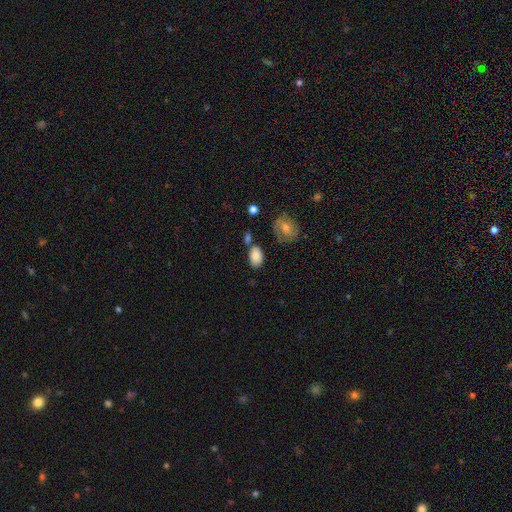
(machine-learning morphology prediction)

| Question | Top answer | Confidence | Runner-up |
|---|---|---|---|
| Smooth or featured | smooth | 81% | featured or disk (11%) |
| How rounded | in between | 88% | round (10%) |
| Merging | none | 62% | minor disturbance (19%) |